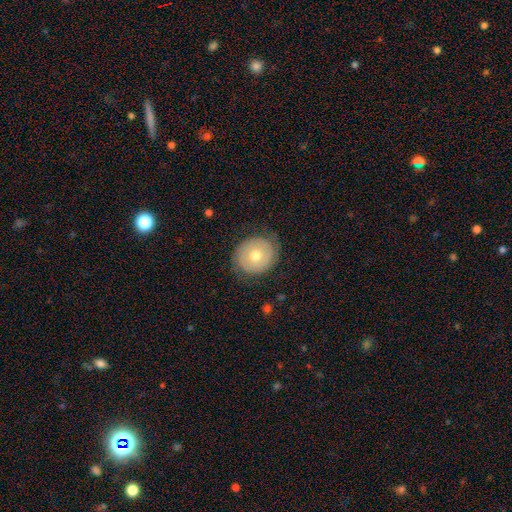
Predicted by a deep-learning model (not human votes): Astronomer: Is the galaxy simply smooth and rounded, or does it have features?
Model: featured or disk — 47% (runner-up: smooth, 46%).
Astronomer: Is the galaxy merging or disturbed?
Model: none — 76%.